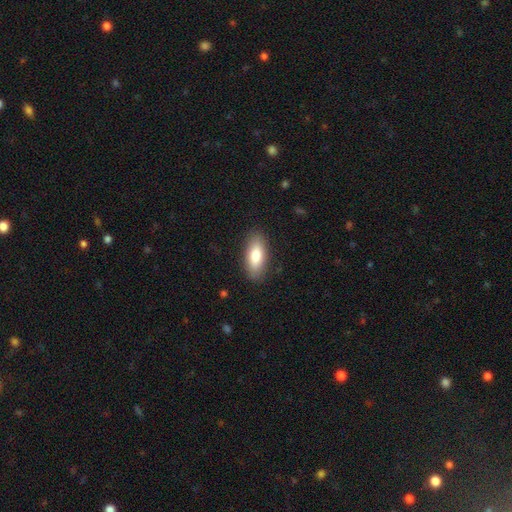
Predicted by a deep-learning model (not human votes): smooth_or_featured: smooth (p=0.82) [alt: featured or disk p=0.12]
how_rounded: in between (p=0.81) [alt: cigar-shaped p=0.17]
merging: none (p=0.87) [alt: minor disturbance p=0.10]